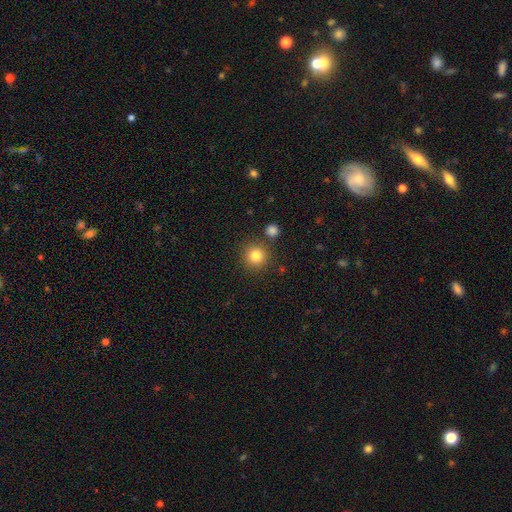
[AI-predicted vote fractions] A smooth galaxy with no disk features (83%) that is round (93%).

Vote fractions:
- Smooth or featured? smooth: 83% / star or artifact: 11% / featured or disk: 6%
- How rounded? round: 93% / in between: 6% / cigar-shaped: 1%
- Merging? none: 84% / minor disturbance: 7% / merger: 6% / major disturbance: 3%